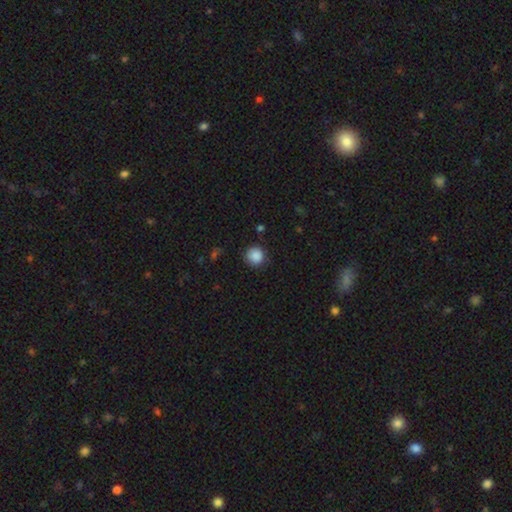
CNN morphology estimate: type=smooth (87%); roundness=round (93%); merging=none (87%).